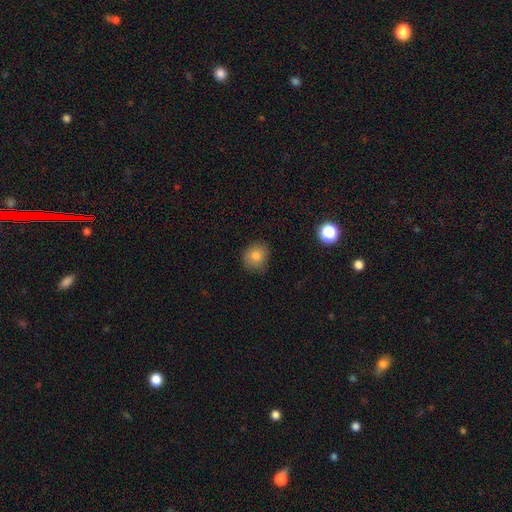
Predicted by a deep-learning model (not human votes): The model was most divided on "how rounded": round: 78%, in between: 21%, cigar-shaped: 1%. More confident: smooth or featured — smooth (81%); merging — none (78%).